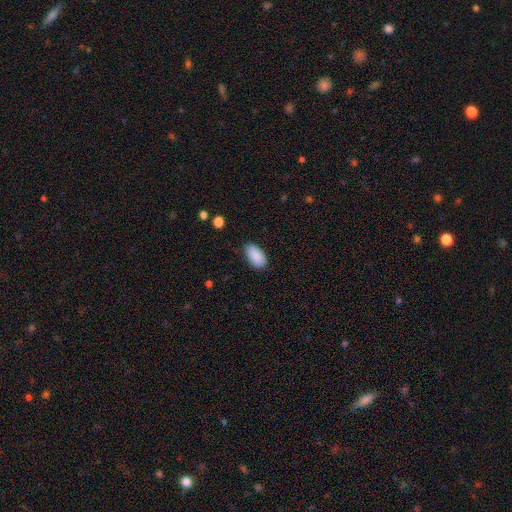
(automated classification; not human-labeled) This is clearly a smooth galaxy (90%). How rounded: clearly in between (95%). Merging: clearly none (84%).